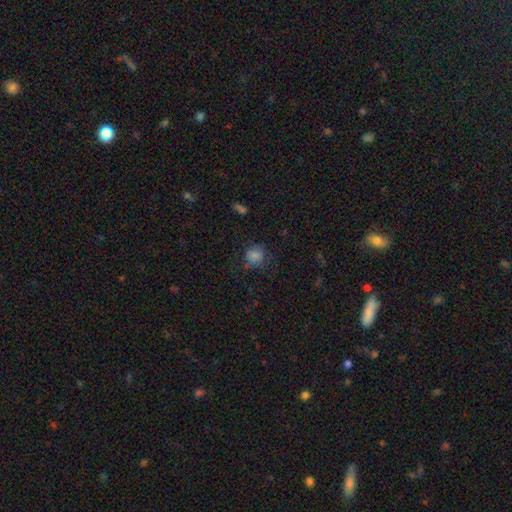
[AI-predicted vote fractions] A smooth galaxy with no disk features (79%) that is round (82%).

Vote fractions:
- Smooth or featured? smooth: 79% / star or artifact: 13% / featured or disk: 8%
- How rounded? round: 82% / in between: 17% / cigar-shaped: 1%
- Merging? none: 71% / minor disturbance: 19% / major disturbance: 8% / merger: 2%